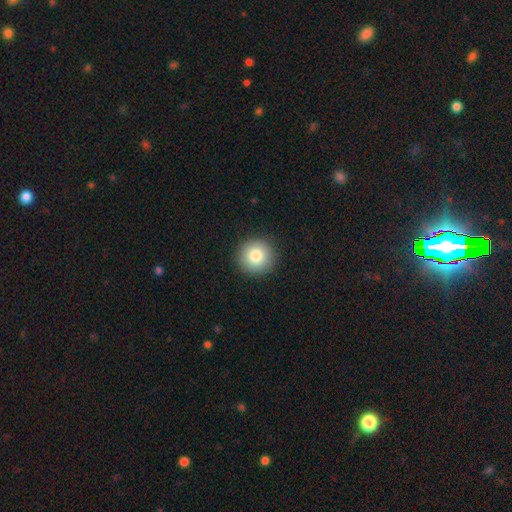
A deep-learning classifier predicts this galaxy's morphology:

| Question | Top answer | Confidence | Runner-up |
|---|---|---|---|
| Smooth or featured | smooth | 83% | star or artifact (9%) |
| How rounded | round | 95% | in between (4%) |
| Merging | none | 92% | minor disturbance (5%) |